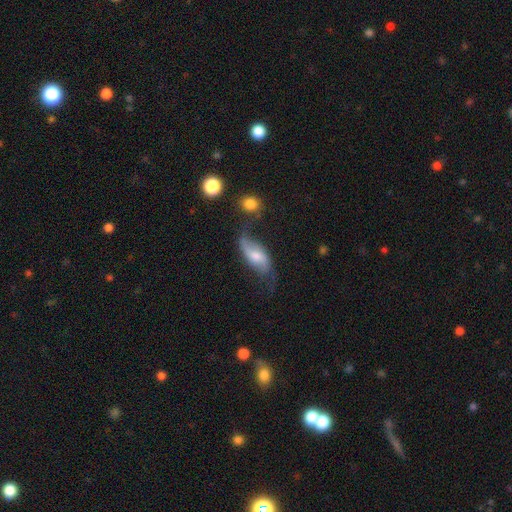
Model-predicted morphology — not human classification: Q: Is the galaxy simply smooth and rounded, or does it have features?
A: featured or disk — 61%.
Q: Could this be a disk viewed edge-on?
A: no — 88%.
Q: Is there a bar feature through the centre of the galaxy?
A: no — 45%.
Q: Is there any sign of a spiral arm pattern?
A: yes — 86%.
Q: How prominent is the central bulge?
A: moderate — 51%.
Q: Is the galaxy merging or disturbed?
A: none — 45%.